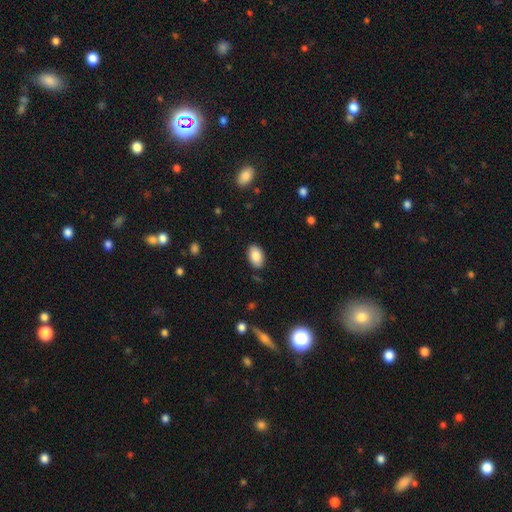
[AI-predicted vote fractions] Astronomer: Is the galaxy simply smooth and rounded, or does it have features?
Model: smooth — 85%.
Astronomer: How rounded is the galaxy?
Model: in between — 90%.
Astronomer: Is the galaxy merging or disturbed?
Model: none — 87%.